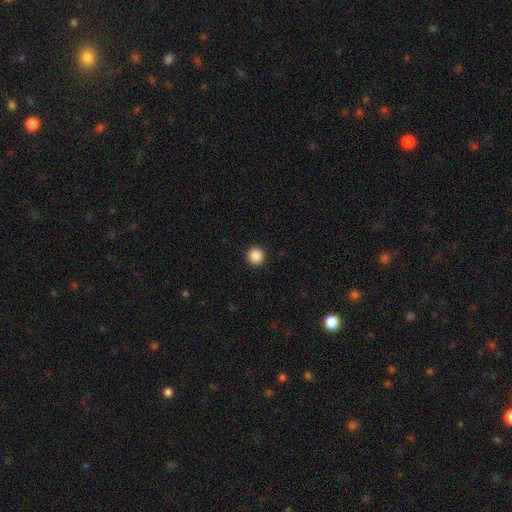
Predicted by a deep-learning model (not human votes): This appears to be a smooth galaxy with no disk features (88%) that is round (96%). Merging: none (93%).